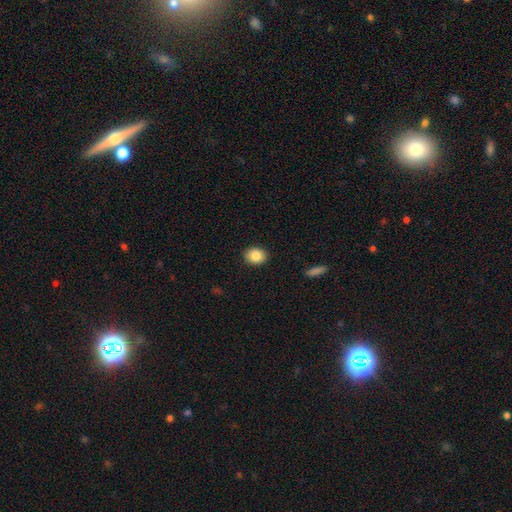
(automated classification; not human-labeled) smooth 86%, star or artifact 8%, featured or disk 6%. Down the decision tree: how rounded — round (52%); merging — none (90%).